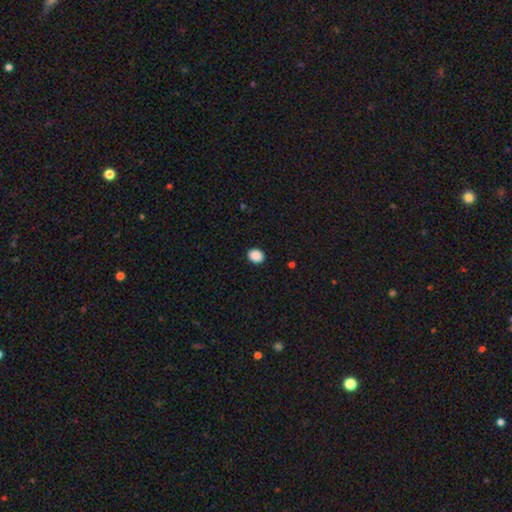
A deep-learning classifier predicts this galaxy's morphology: Smooth or featured?
  - smooth: 89% *
  - star or artifact: 8%
  - featured or disk: 2%
How rounded?
  - round: 56% *
  - in between: 43%
  - cigar-shaped: 1%
Merging?
  - none: 91% *
  - minor disturbance: 6%
  - major disturbance: 2%
  - merger: 1%